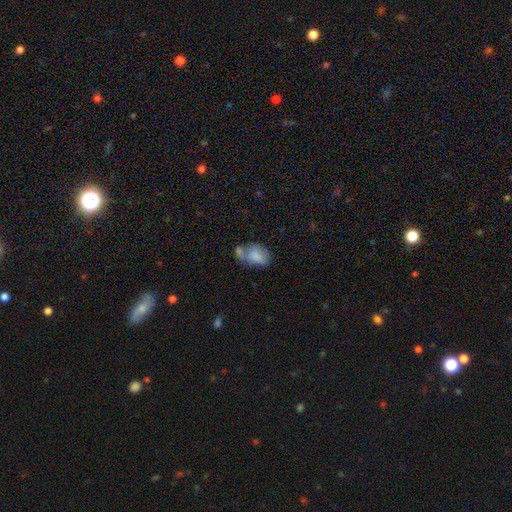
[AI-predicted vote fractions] Smooth or featured: smooth — 67% (featured or disk — 25%)
How rounded: in between — 83% (round — 15%)
Merging: merger — 44% (none — 25%)